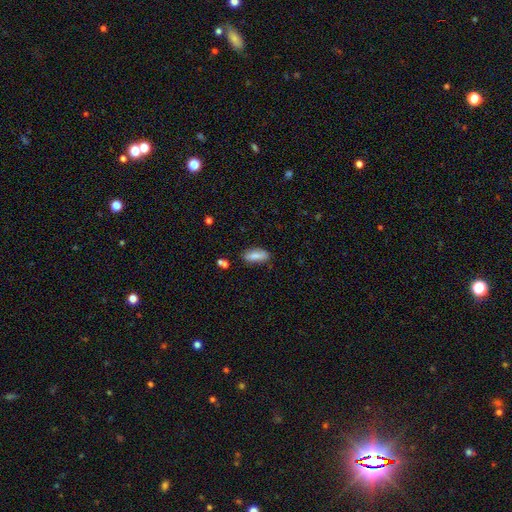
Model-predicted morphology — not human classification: smooth 82%, featured or disk 11%, star or artifact 7%. Down the decision tree: how rounded — in between (71%); merging — none (79%).